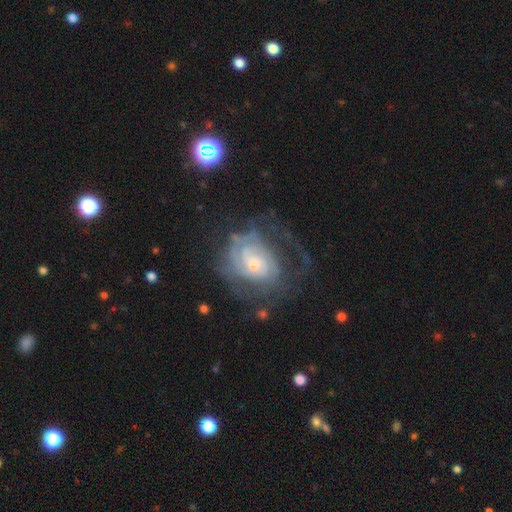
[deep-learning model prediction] This appears to be a featured or disk galaxy (75%) with no bar (65%), tight (57%) spiral arms (82%) and a small central bulge (60%). Merging: none (55%).